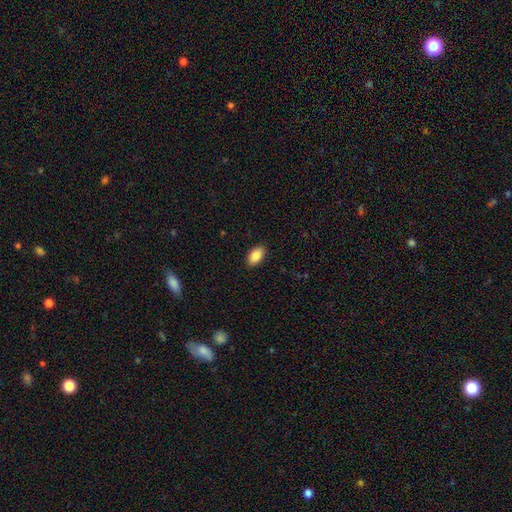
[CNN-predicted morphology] smooth_or_featured: smooth (p=0.88) [alt: star or artifact p=0.07]
how_rounded: in between (p=0.94) [alt: round p=0.04]
merging: none (p=0.90) [alt: minor disturbance p=0.08]